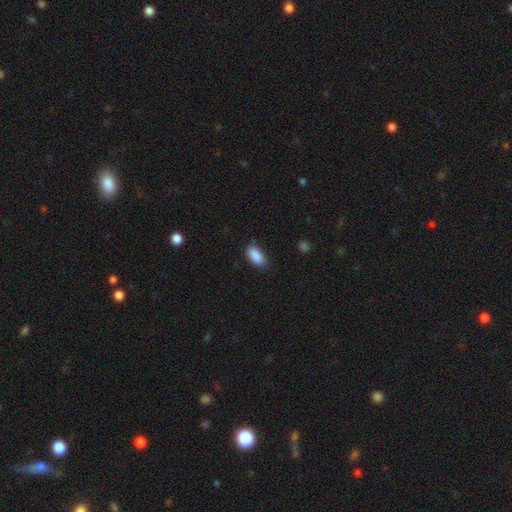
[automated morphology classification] Q: Smooth or featured?
A: smooth (89%); runner-up: star or artifact (7%)
Q: How rounded?
A: in between (91%); runner-up: cigar-shaped (6%)
Q: Merging?
A: none (79%); runner-up: minor disturbance (17%)